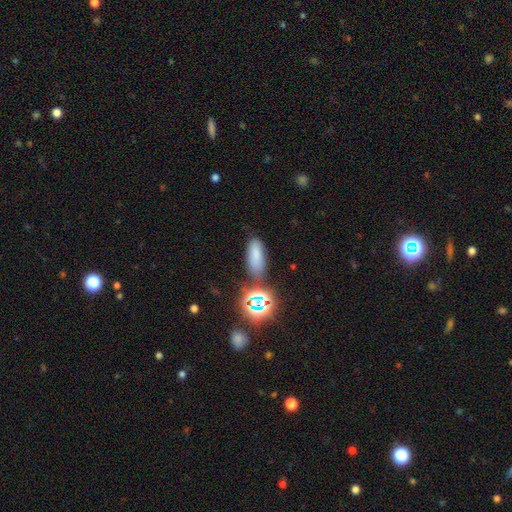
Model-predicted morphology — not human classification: The model was most divided on "smooth or featured": smooth: 68%, star or artifact: 22%, featured or disk: 10%. More confident: how rounded — in between (73%); merging — none (71%).